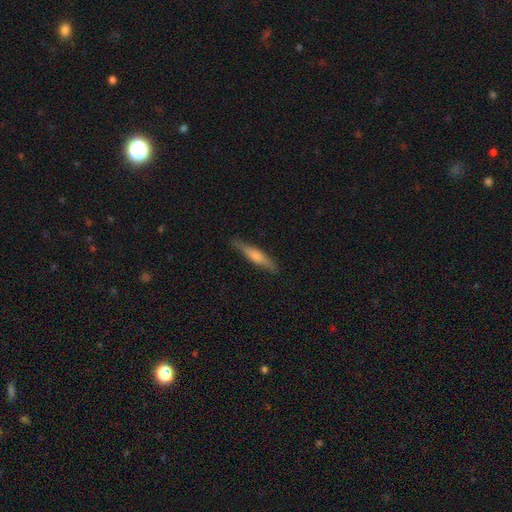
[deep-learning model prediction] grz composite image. It shows a featured or disk galaxy (48%). Merging: none (87%).